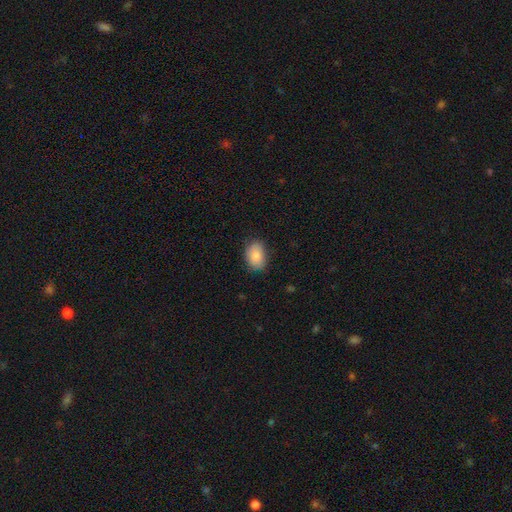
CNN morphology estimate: Smooth or featured? Predicted: smooth (p=0.86). How rounded? Predicted: in between (p=0.80). Merging? Predicted: none (p=0.80).